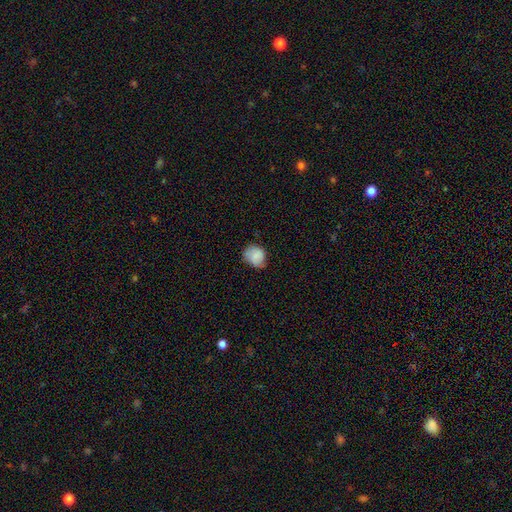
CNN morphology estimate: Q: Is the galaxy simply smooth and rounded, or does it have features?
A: smooth — 81%.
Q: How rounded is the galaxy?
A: round — 63%.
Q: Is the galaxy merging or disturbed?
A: none — 58%.